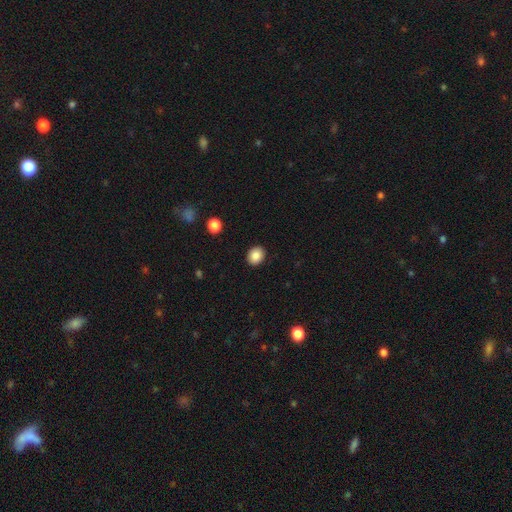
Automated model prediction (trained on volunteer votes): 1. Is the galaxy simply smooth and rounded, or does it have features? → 86% smooth, 9% star or artifact, 5% featured or disk.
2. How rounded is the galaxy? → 56% round, 43% in between, 1% cigar-shaped.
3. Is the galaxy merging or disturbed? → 90% none, 7% minor disturbance, 2% major disturbance, 1% merger.